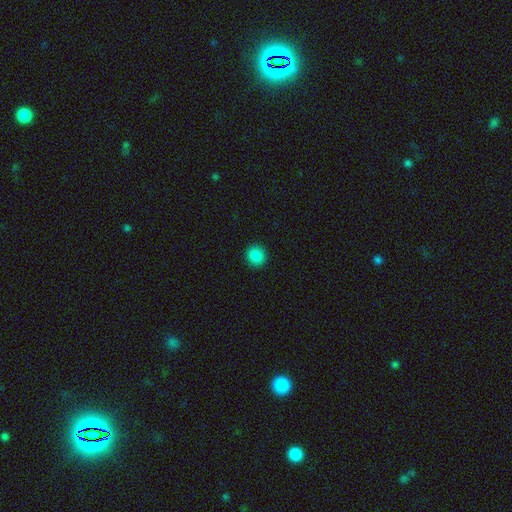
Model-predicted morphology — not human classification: Smooth or featured? Predicted: smooth (p=0.87). How rounded? Predicted: round (p=0.87). Merging? Predicted: none (p=0.92).